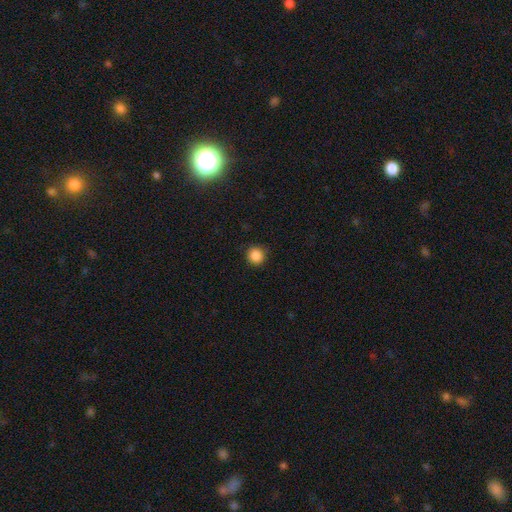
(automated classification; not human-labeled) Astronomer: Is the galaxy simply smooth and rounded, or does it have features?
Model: smooth — 87%.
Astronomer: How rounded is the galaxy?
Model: round — 94%.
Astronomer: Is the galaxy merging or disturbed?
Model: none — 90%.